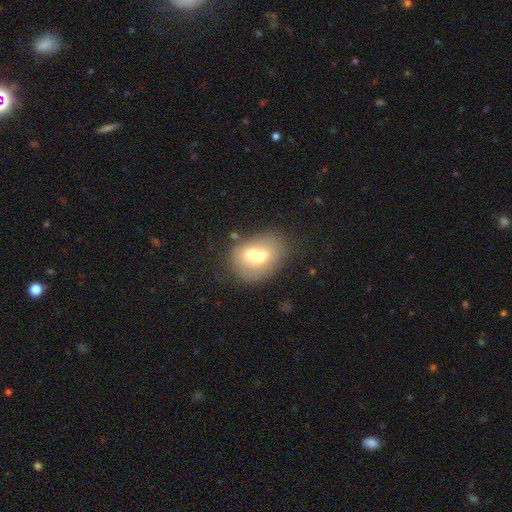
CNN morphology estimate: A smooth galaxy with no disk features (58%) that is in between round and cigar-shaped (56%). Merging: merger (57%).